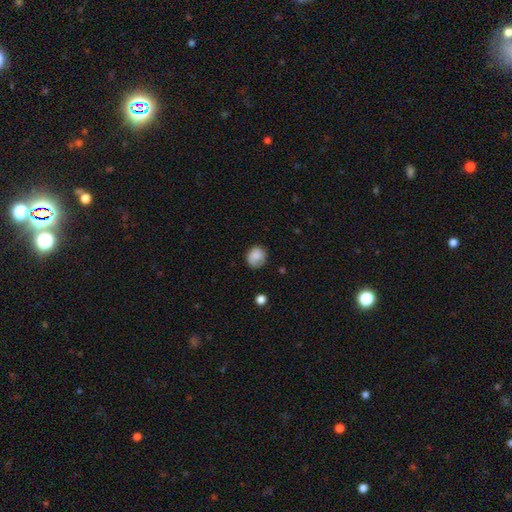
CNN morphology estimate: This appears to be a smooth galaxy with no disk features (84%) that is round (74%). Merging: none (68%).